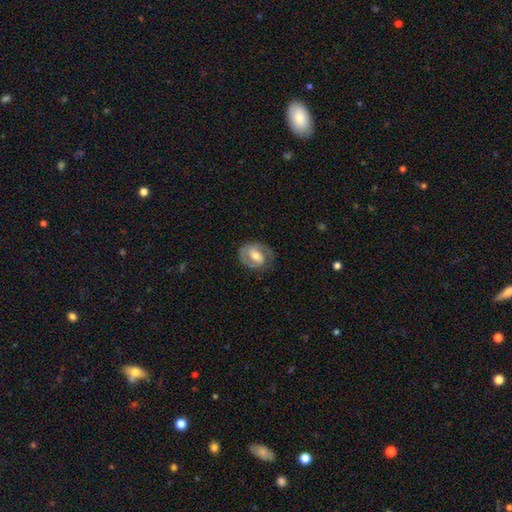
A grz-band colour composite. It shows a featured or disk galaxy (68%) with a weak bar (52%), 2 (68%) tight (55%) spiral arms (81%) and a moderate central bulge (70%). Merging: none (72%).